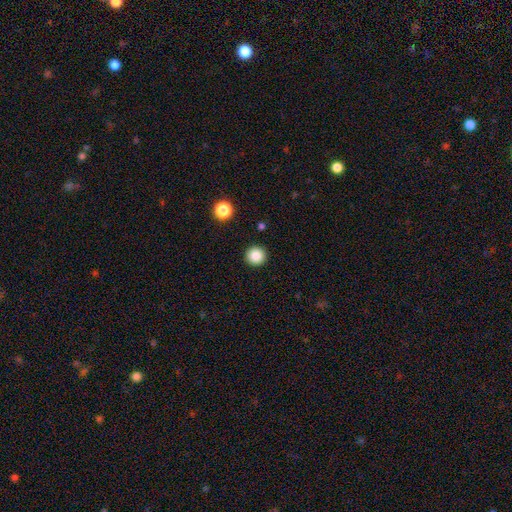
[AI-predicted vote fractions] Q: Smooth or featured?
A: smooth (86%); runner-up: star or artifact (10%)
Q: How rounded?
A: round (95%); runner-up: in between (4%)
Q: Merging?
A: none (92%); runner-up: minor disturbance (5%)